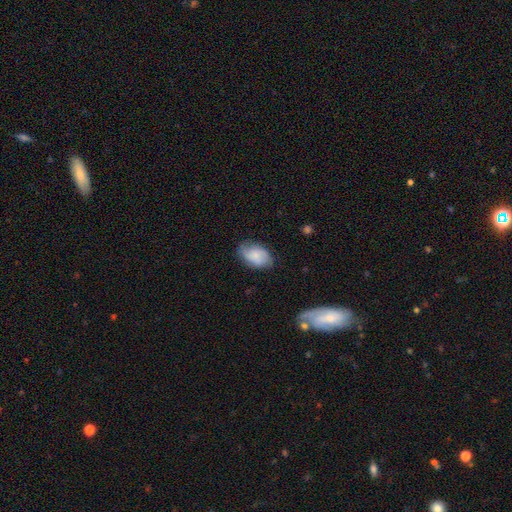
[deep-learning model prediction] Morphology: type=smooth (67%); roundness=in between (90%); merging=none (67%).